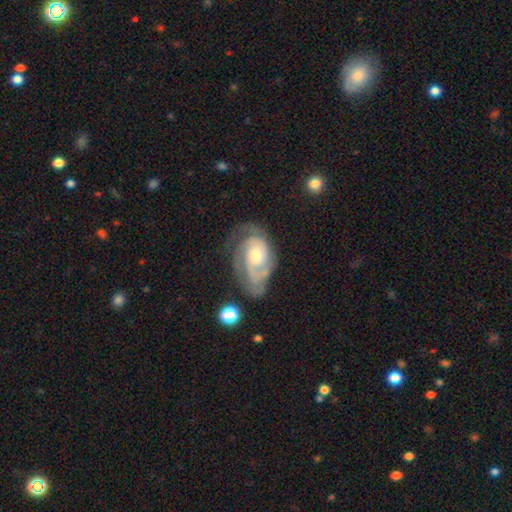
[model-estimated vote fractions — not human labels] Smooth or featured? featured or disk (84%)
Edge-on disk? no (97%)
Bar? no (72%)
Spiral arms? yes (95%)
Spiral winding? tight (56%)
Spiral arm count? 2 (47%)
Bulge size? moderate (52%)
Merging? none (56%)